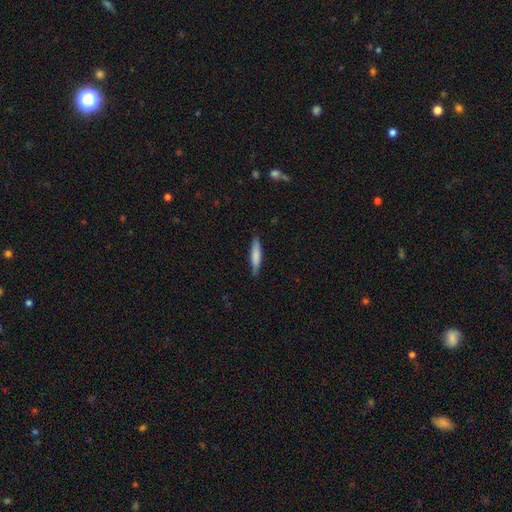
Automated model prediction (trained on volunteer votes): Morphology: type=smooth (77%); roundness=cigar-shaped (84%); merging=none (81%).